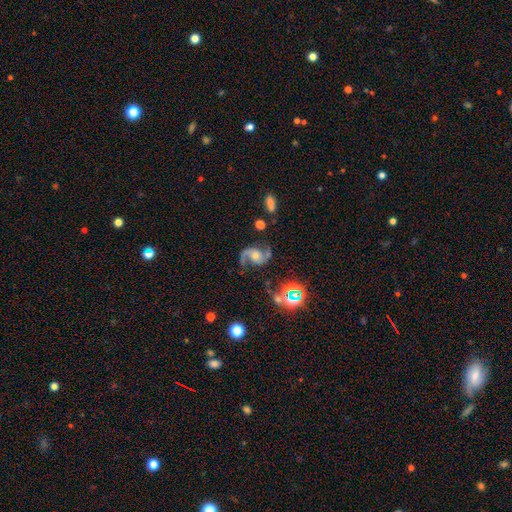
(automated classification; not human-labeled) Smooth or featured?
  - featured or disk: 88% *
  - star or artifact: 8%
  - smooth: 4%
Edge-on disk?
  - no: 98% *
  - yes: 2%
Bar?
  - no: 63% *
  - weak: 28%
  - strong: 9%
Spiral arms?
  - yes: 98% *
  - no: 2%
Spiral winding?
  - medium: 49% *
  - loose: 42%
  - tight: 10%
Spiral arm count?
  - 2: 93% *
  - 1: 2%
  - can't tell: 2%
  - 3: 1%
  - 4: 1%
  - more than 4: 1%
Bulge size?
  - moderate: 54% *
  - small: 38%
  - large: 4%
  - none: 3%
  - dominant: 1%
Merging?
  - none: 72% *
  - minor disturbance: 17%
  - major disturbance: 8%
  - merger: 3%